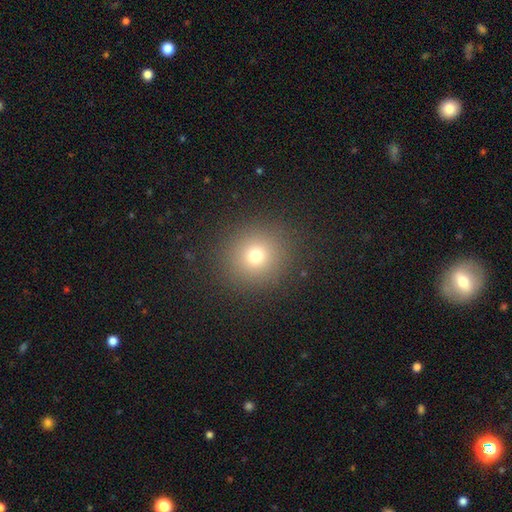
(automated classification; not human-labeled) This is likely a smooth galaxy (72%). How rounded: clearly round (92%). Merging: clearly none (90%).